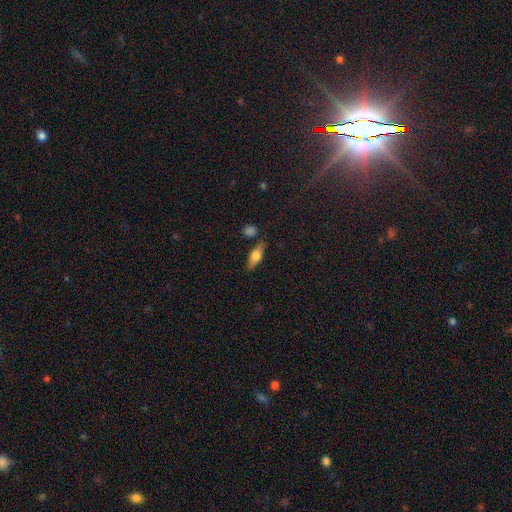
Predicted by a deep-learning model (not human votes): A smooth galaxy with no disk features (62%) that is in between round and cigar-shaped (65%).

Vote fractions:
- Smooth or featured? smooth: 62% / featured or disk: 31% / star or artifact: 7%
- How rounded? in between: 65% / cigar-shaped: 32% / round: 4%
- Merging? none: 79% / minor disturbance: 13% / merger: 5% / major disturbance: 3%